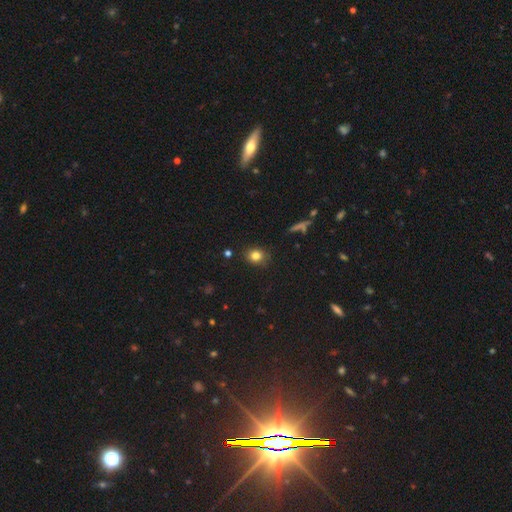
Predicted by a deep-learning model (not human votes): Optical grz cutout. It shows a smooth galaxy with no disk features (82%) that is round (69%). Merging: none (84%).